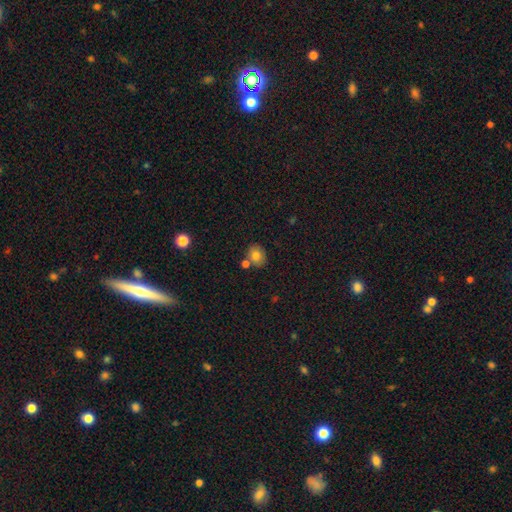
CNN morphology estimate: smooth_or_featured: smooth (p=0.78) [alt: featured or disk p=0.11]
how_rounded: round (p=0.57) [alt: in between p=0.42]
merging: none (p=0.69) [alt: merger p=0.17]